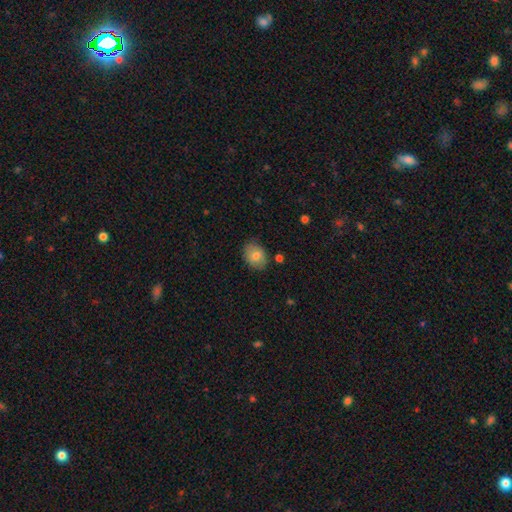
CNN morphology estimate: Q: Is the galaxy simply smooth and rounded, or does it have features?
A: smooth — 80%.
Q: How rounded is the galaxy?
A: in between — 65%.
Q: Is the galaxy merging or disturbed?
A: none — 79%.